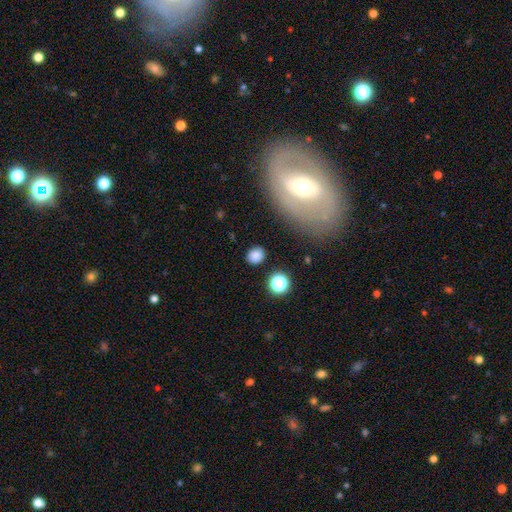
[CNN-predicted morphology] This is clearly a smooth galaxy (83%). How rounded: likely round (68%). Merging: clearly none (87%).